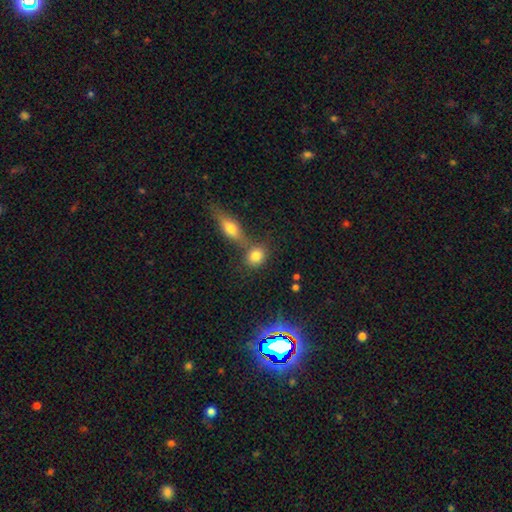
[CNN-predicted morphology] Smooth or featured? Predicted: smooth (p=0.78). How rounded? Predicted: round (p=0.54). Merging? Predicted: none (p=0.58).